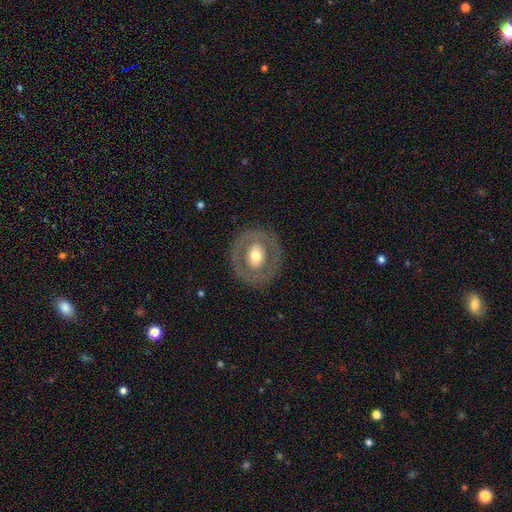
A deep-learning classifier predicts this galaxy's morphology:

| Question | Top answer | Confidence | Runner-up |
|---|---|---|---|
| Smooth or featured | featured or disk | 50% | smooth (44%) |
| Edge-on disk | no | 94% | yes (6%) |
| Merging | none | 83% | minor disturbance (10%) |